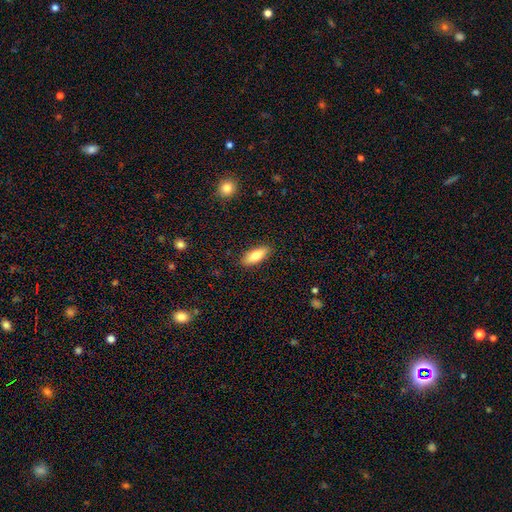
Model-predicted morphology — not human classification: smooth_or_featured: smooth (p=0.76) [alt: featured or disk p=0.18]
how_rounded: in between (p=0.73) [alt: cigar-shaped p=0.24]
merging: none (p=0.88) [alt: minor disturbance p=0.09]